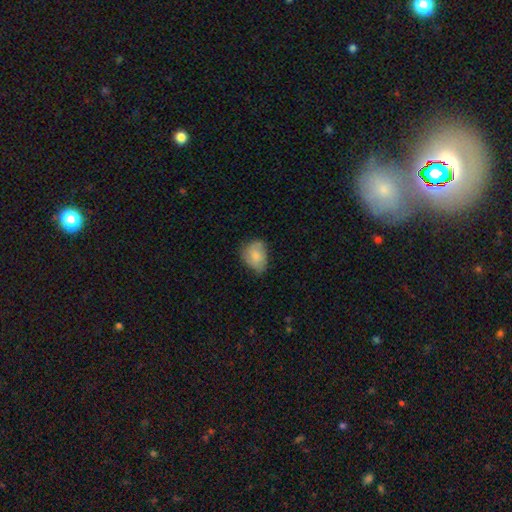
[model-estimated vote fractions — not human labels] smooth-or-featured: smooth: 68% | featured or disk: 25% | star or artifact: 7%
  how-rounded: in between: 60% | round: 39% | cigar-shaped: 1%
  merging: none: 54% | minor disturbance: 36% | major disturbance: 9% | merger: 1%